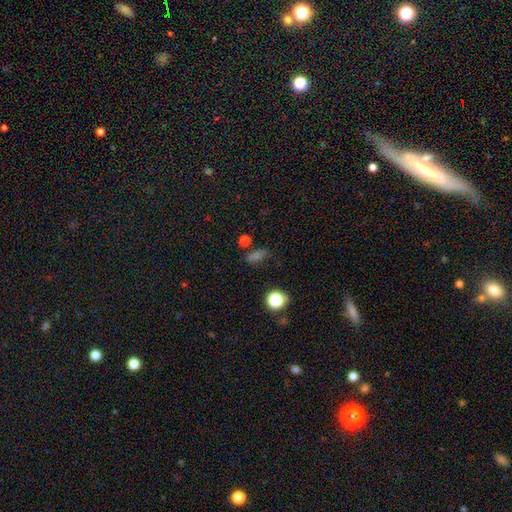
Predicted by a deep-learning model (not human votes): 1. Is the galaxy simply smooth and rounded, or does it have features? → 59% smooth, 31% star or artifact, 10% featured or disk.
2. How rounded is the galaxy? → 58% in between, 24% cigar-shaped, 18% round.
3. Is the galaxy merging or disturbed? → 75% none, 14% minor disturbance, 5% major disturbance, 5% merger.